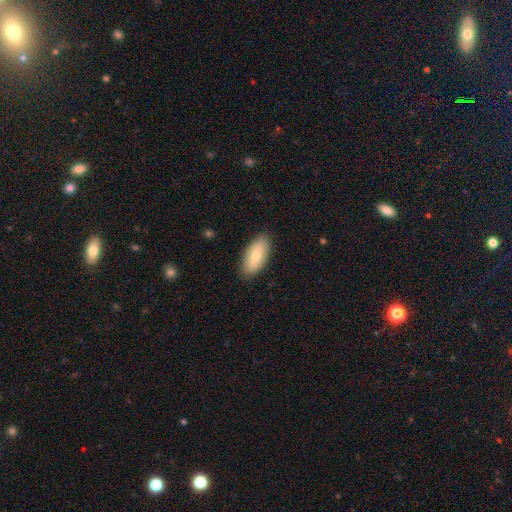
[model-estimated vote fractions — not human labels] This is likely a smooth galaxy (73%). How rounded: clearly in between (91%). Merging: clearly none (87%).